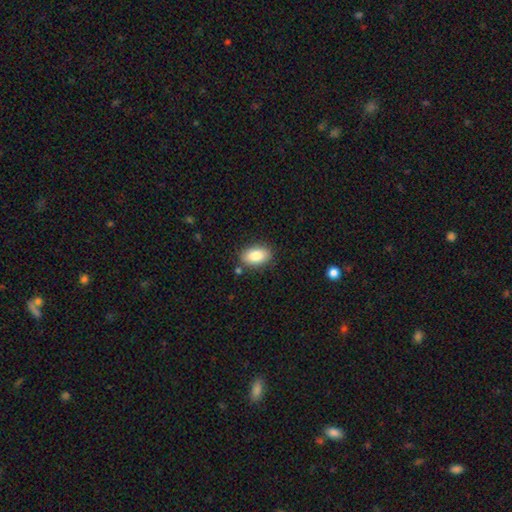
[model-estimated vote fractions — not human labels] Smooth or featured?
  - smooth: 85% *
  - featured or disk: 8%
  - star or artifact: 7%
How rounded?
  - in between: 90% *
  - round: 8%
  - cigar-shaped: 2%
Merging?
  - none: 83% *
  - minor disturbance: 11%
  - merger: 3%
  - major disturbance: 3%